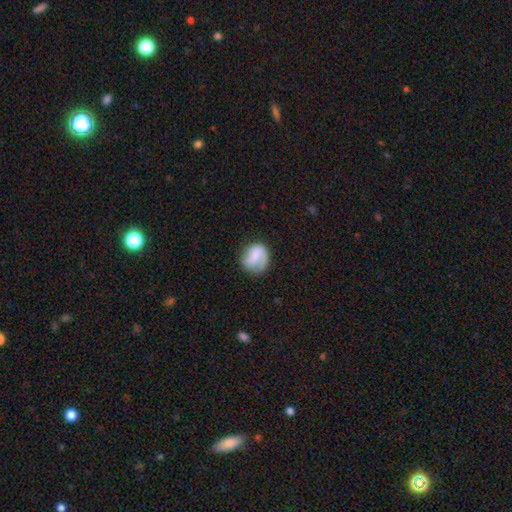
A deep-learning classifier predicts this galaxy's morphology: Smooth or featured?
  - smooth: 61% *
  - featured or disk: 32%
  - star or artifact: 7%
How rounded?
  - round: 77% *
  - in between: 22%
  - cigar-shaped: 1%
Merging?
  - none: 63% *
  - minor disturbance: 23%
  - major disturbance: 12%
  - merger: 2%